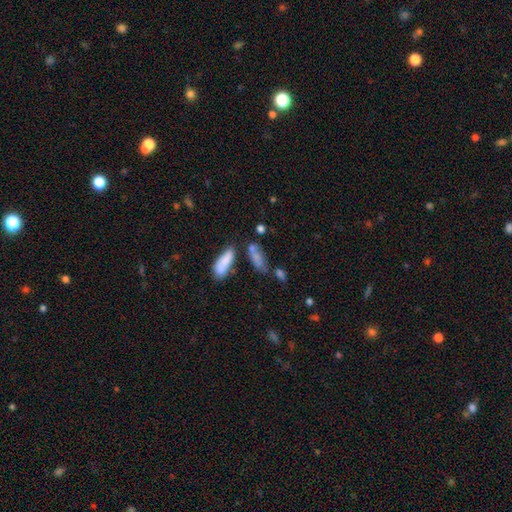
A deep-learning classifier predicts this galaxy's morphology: Smooth or featured? Predicted: smooth (p=0.72). How rounded? Predicted: in between (p=0.54). Merging? Predicted: none (p=0.47).